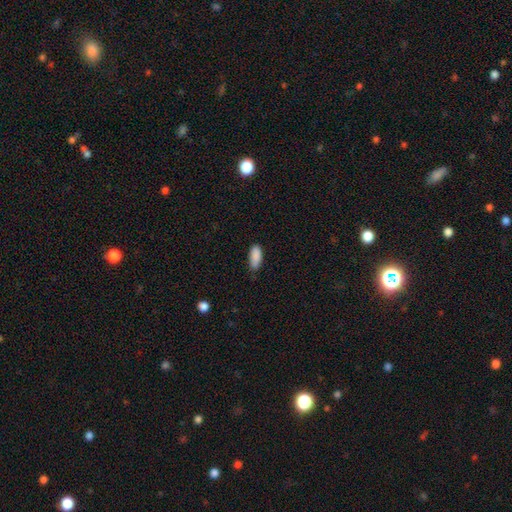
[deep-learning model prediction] Q: Smooth or featured?
A: smooth (89%); runner-up: star or artifact (7%)
Q: How rounded?
A: in between (82%); runner-up: cigar-shaped (16%)
Q: Merging?
A: none (72%); runner-up: minor disturbance (23%)